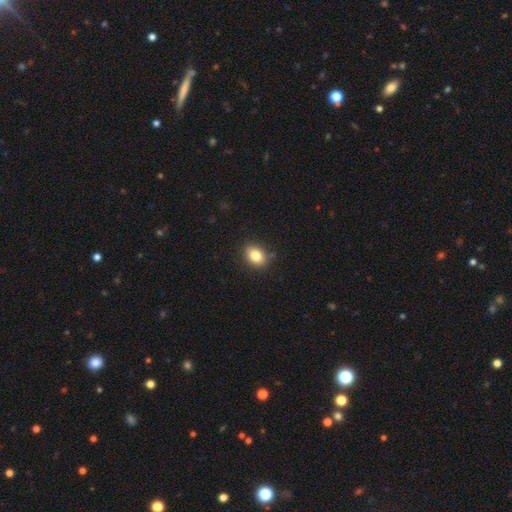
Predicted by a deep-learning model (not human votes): Morphology: type=smooth (83%); roundness=in between (69%); merging=none (85%).